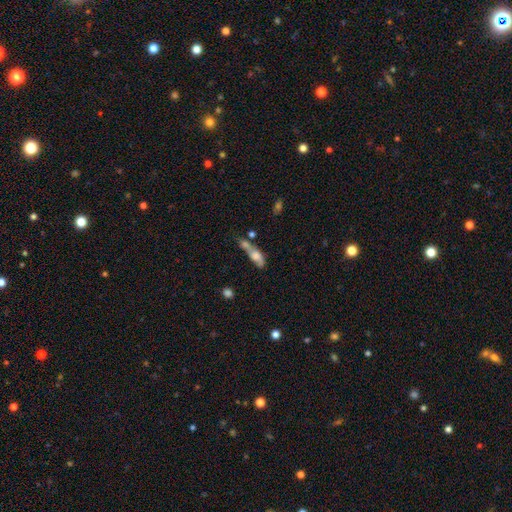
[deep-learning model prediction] The model was most divided on "merging": merger: 43%, none: 25%, minor disturbance: 18%, major disturbance: 14%. More confident: smooth or featured — smooth (60%); how rounded — in between (58%).